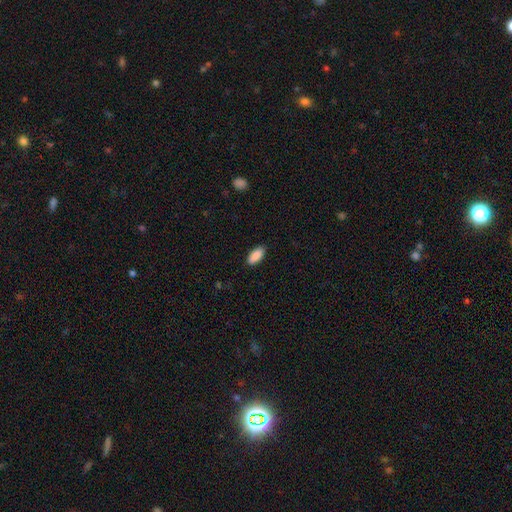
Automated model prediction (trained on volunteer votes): This appears to be a smooth galaxy with no disk features (90%) that is in between round and cigar-shaped (88%). Merging: none (88%).